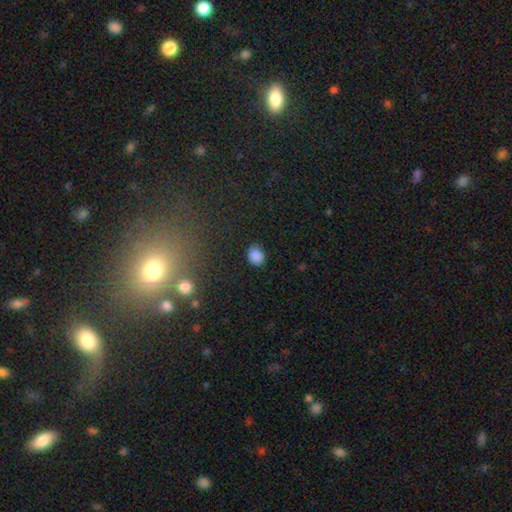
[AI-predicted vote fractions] A smooth galaxy with no disk features (86%) that is in between round and cigar-shaped (50%).

Vote fractions:
- Smooth or featured? smooth: 86% / star or artifact: 9% / featured or disk: 4%
- How rounded? in between: 50% / round: 49% / cigar-shaped: 1%
- Merging? none: 82% / minor disturbance: 14% / major disturbance: 3% / merger: 2%